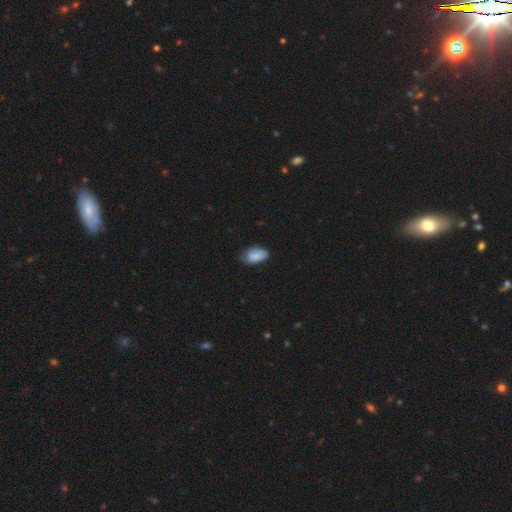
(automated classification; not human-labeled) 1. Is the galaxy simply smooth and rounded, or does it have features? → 82% smooth, 10% featured or disk, 7% star or artifact.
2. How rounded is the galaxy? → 93% in between, 5% round, 2% cigar-shaped.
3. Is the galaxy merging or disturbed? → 64% none, 30% minor disturbance, 5% major disturbance, 1% merger.